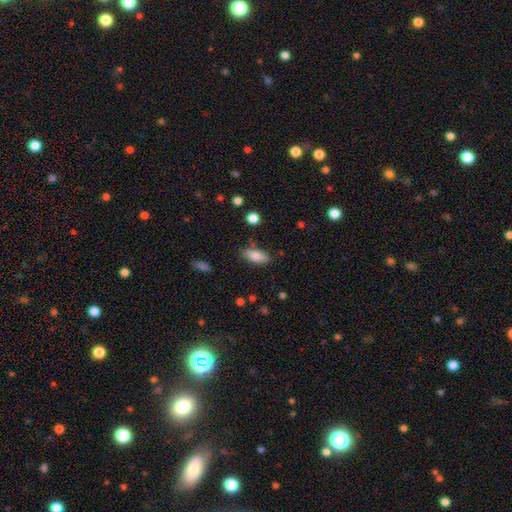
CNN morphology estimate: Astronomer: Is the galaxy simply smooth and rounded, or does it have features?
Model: smooth — 83%.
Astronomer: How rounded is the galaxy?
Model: in between — 84%.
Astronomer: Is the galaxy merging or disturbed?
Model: none — 79%.